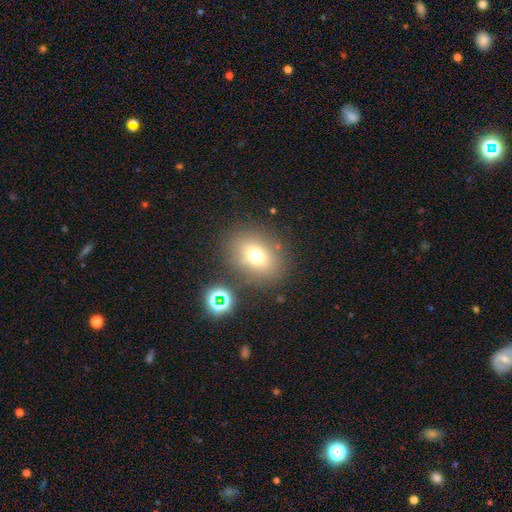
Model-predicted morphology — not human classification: A smooth galaxy with no disk features (70%) that is in between round and cigar-shaped (53%).

Vote fractions:
- Smooth or featured? smooth: 70% / star or artifact: 17% / featured or disk: 13%
- How rounded? in between: 53% / round: 46% / cigar-shaped: 1%
- Merging? none: 78% / minor disturbance: 11% / merger: 6% / major disturbance: 5%